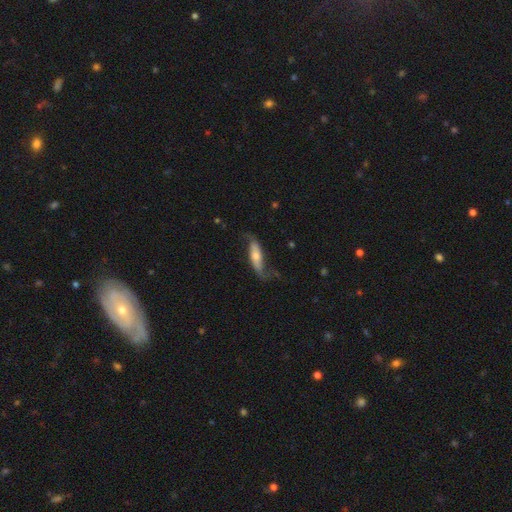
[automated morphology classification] The model was most divided on "smooth or featured": featured or disk: 64%, smooth: 30%, star or artifact: 6%. More confident: edge-on disk — no (76%); merging — none (61%).